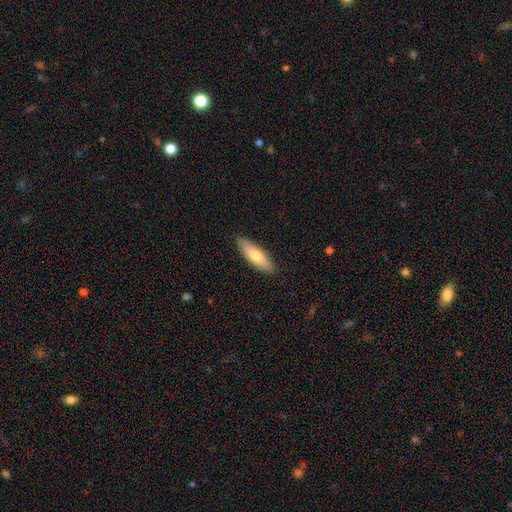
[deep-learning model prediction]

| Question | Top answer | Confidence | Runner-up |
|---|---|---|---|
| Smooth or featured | smooth | 70% | featured or disk (24%) |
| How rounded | in between | 50% | cigar-shaped (48%) |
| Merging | none | 89% | minor disturbance (8%) |